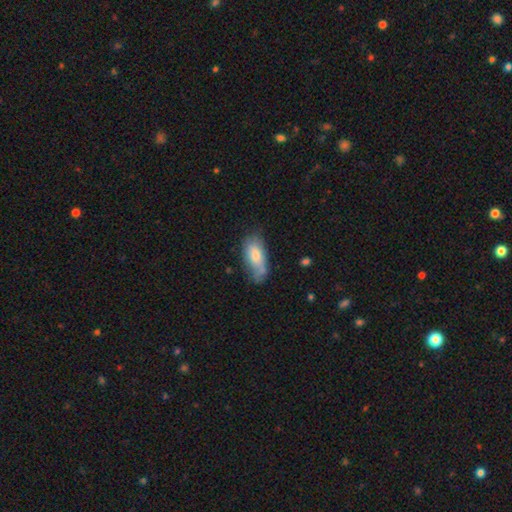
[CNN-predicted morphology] smooth_or_featured: smooth (p=0.72) [alt: featured or disk p=0.21]
how_rounded: in between (p=0.87) [alt: cigar-shaped p=0.10]
merging: none (p=0.47) [alt: minor disturbance p=0.34]